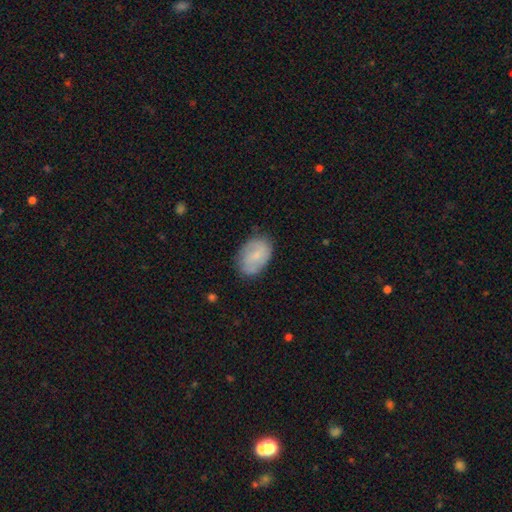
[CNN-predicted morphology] This appears to be a smooth galaxy with no disk features (55%) that is in between round and cigar-shaped (85%). Merging: none (77%).